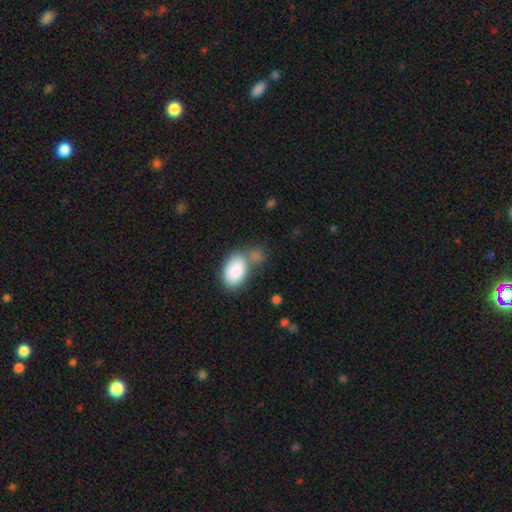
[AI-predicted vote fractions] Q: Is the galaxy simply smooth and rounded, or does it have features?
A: smooth — 85%.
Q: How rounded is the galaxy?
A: in between — 89%.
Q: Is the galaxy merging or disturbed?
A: none — 47%.